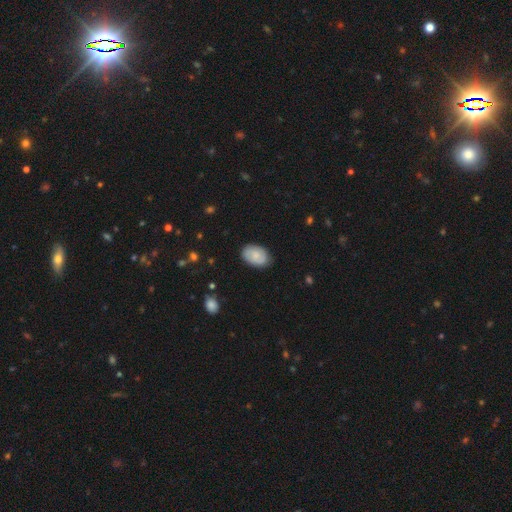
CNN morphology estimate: Smooth or featured? Predicted: smooth (p=0.70). How rounded? Predicted: in between (p=0.87). Merging? Predicted: none (p=0.83).